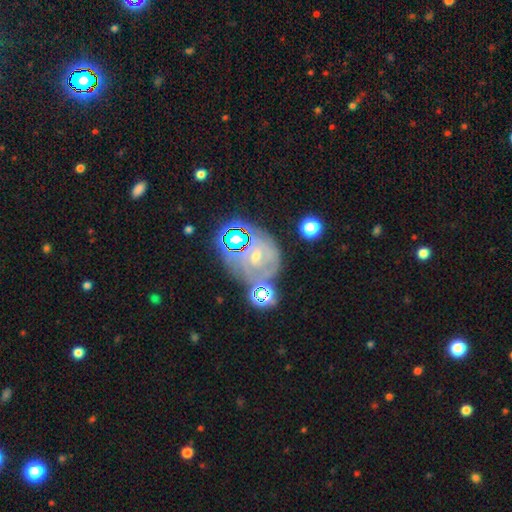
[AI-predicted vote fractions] Morphology: type=featured or disk (62%); edge-on=no (97%); bar=no (58%); spiral arms=yes (86%); winding=tight (72%); arm count=can't tell (45%); bulge=small (66%); merging=none (63%).